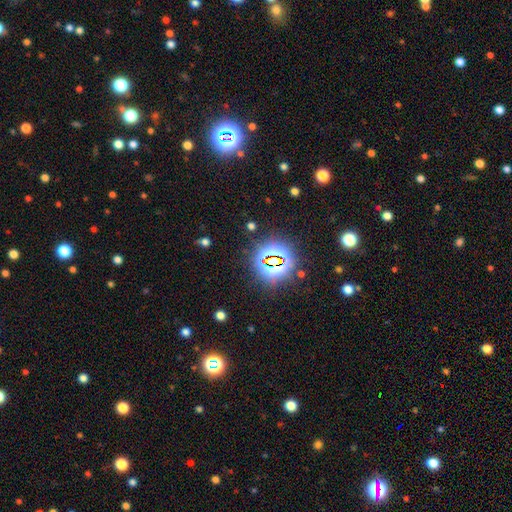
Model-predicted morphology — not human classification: type=star or artifact (81%).